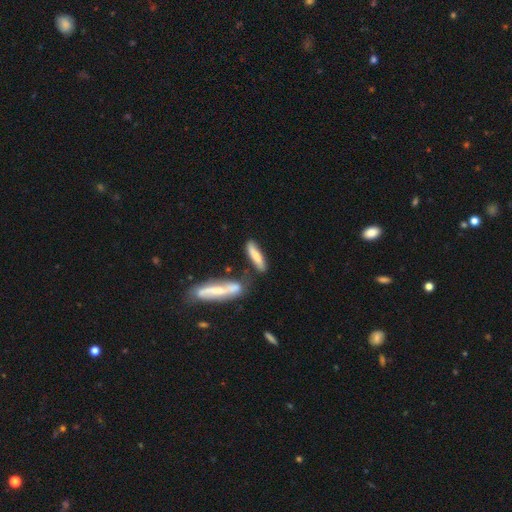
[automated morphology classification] The model was most divided on "merging": none: 59%, merger: 19%, minor disturbance: 17%, major disturbance: 6%. More confident: how rounded — cigar-shaped (78%); smooth or featured — smooth (70%).